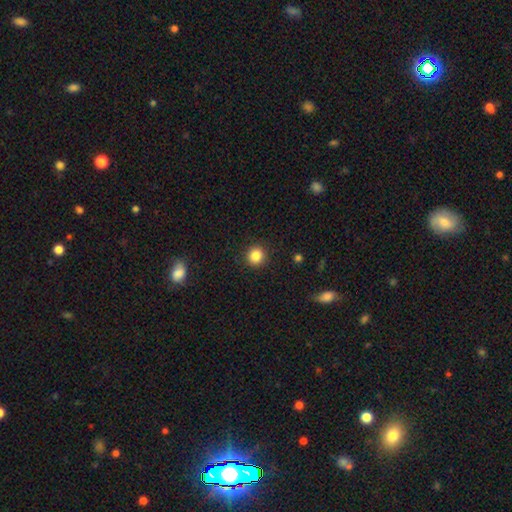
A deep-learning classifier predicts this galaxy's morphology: Smooth or featured?
  - smooth: 85% *
  - star or artifact: 11%
  - featured or disk: 5%
How rounded?
  - round: 91% *
  - in between: 8%
  - cigar-shaped: 1%
Merging?
  - none: 91% *
  - minor disturbance: 5%
  - major disturbance: 2%
  - merger: 1%